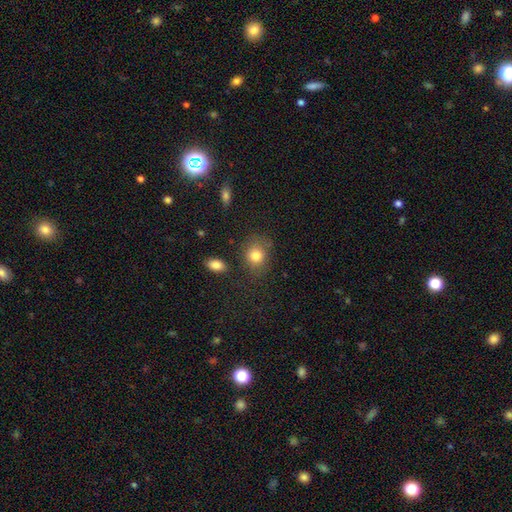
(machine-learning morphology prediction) Smooth or featured: smooth — 81% (star or artifact — 11%)
How rounded: round — 58% (in between — 41%)
Merging: none — 71% (minor disturbance — 18%)